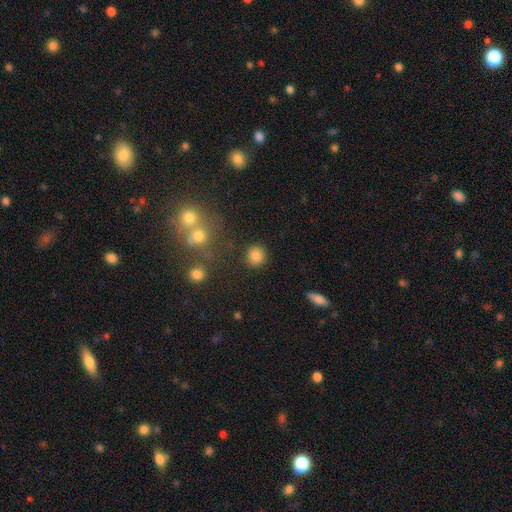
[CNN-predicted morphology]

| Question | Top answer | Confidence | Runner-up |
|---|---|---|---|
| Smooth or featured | smooth | 83% | star or artifact (12%) |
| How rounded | round | 88% | in between (11%) |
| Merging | none | 88% | minor disturbance (7%) |